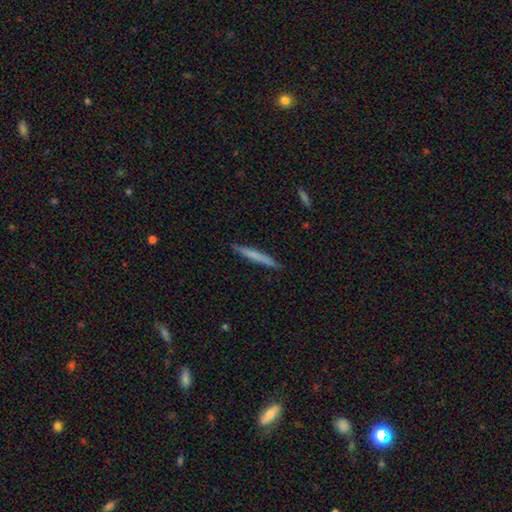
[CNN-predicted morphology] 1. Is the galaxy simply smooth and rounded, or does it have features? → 65% smooth, 29% featured or disk, 6% star or artifact.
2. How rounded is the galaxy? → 96% cigar-shaped, 2% in between, 1% round.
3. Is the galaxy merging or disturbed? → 89% none, 8% minor disturbance, 2% major disturbance, 1% merger.